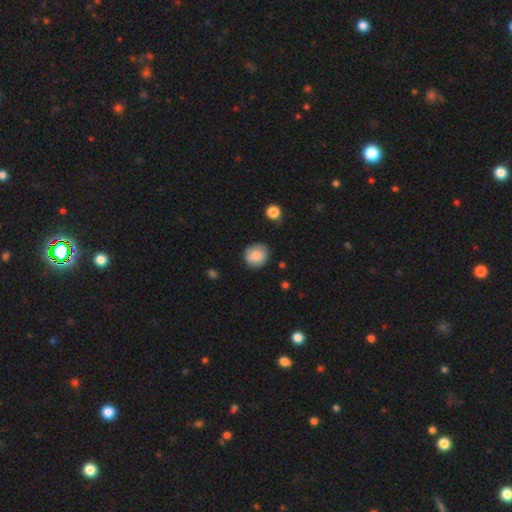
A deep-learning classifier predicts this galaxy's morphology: This appears to be a smooth galaxy with no disk features (82%) that is round (83%). Merging: none (82%).